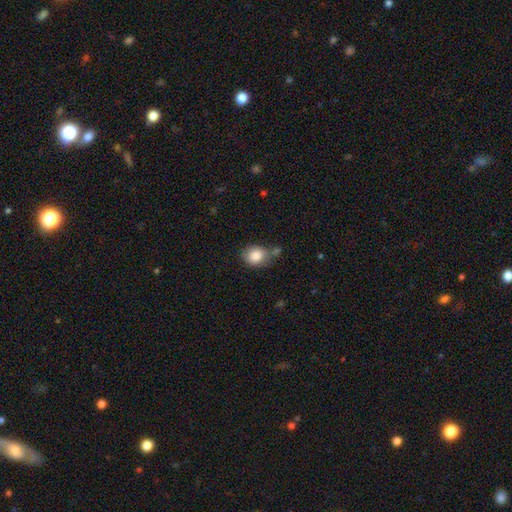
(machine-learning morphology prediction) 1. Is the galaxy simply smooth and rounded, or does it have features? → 85% smooth, 8% star or artifact, 7% featured or disk.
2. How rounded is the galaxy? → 50% in between, 49% round, 1% cigar-shaped.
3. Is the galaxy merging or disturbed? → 55% none, 24% minor disturbance, 14% merger, 7% major disturbance.